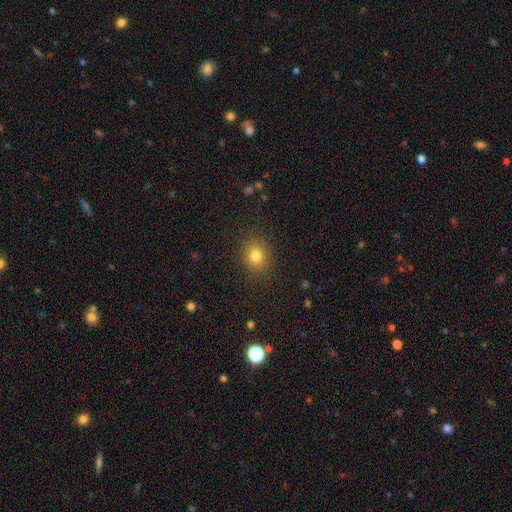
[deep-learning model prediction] This appears to be a smooth galaxy with no disk features (79%) that is round (52%). Merging: none (86%).